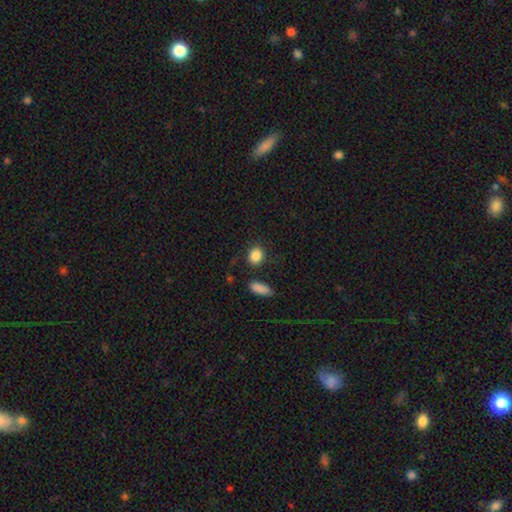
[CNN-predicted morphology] The model was most divided on "how rounded": round: 54%, in between: 45%, cigar-shaped: 2%. More confident: smooth or featured — smooth (87%); merging — none (82%).